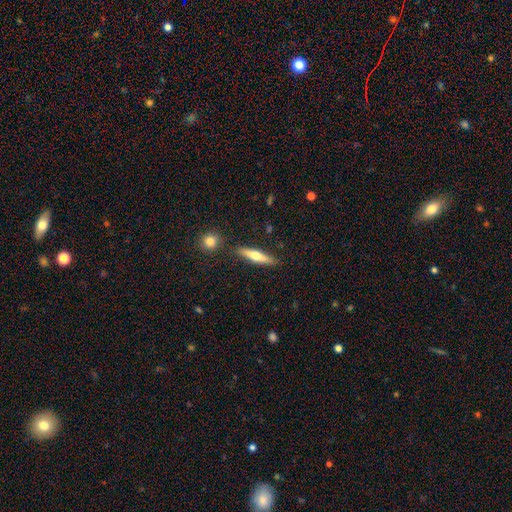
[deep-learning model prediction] Smooth or featured: smooth — 49% (featured or disk — 45%)
Merging: none — 86% (minor disturbance — 9%)